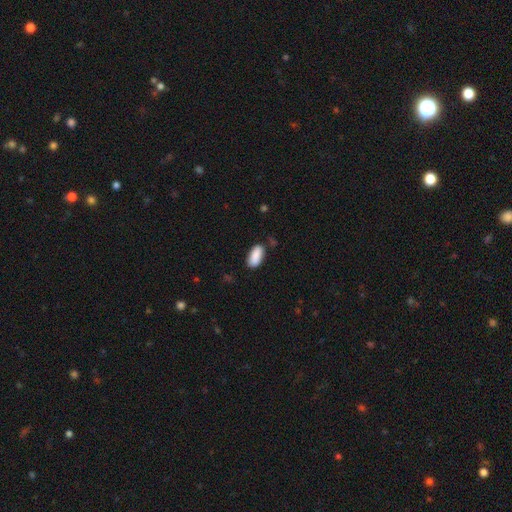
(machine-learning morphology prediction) type=smooth (89%); roundness=in between (91%); merging=none (80%).